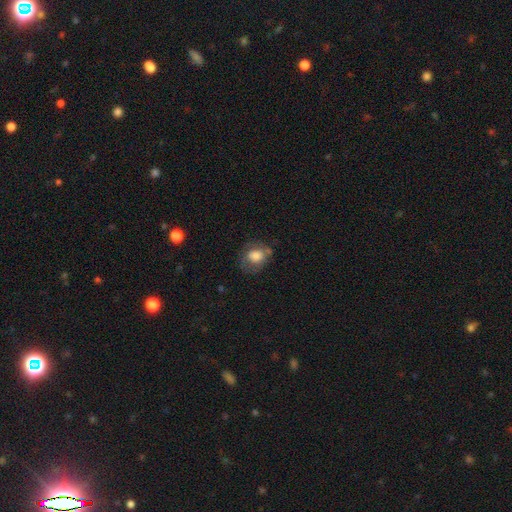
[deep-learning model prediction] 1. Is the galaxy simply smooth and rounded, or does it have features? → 71% smooth, 21% featured or disk, 9% star or artifact.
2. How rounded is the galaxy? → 61% round, 38% in between, 1% cigar-shaped.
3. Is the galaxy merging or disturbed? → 59% none, 24% minor disturbance, 13% major disturbance, 3% merger.